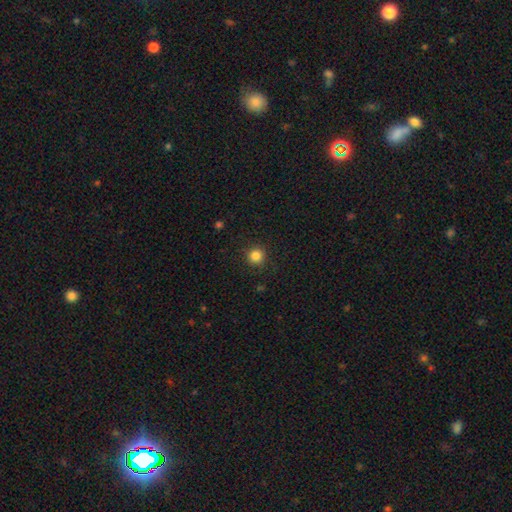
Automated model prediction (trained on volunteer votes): Smooth or featured? smooth (84%)
How rounded? round (94%)
Merging? none (91%)